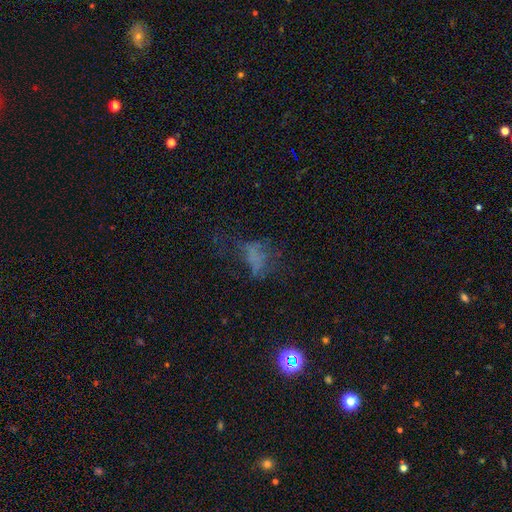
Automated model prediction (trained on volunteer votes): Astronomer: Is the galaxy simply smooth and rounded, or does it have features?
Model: featured or disk — 34%, tied with smooth at 34%.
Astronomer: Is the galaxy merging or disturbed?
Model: none — 40% (runner-up: major disturbance, 37%).